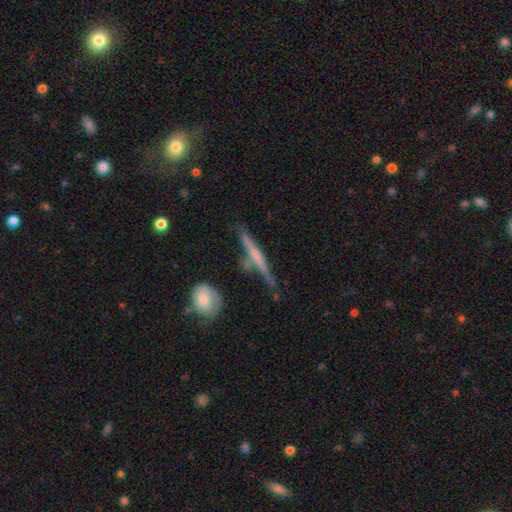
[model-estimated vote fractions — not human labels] Smooth or featured?
  - featured or disk: 59% *
  - smooth: 34%
  - star or artifact: 7%
Edge-on disk?
  - yes: 95% *
  - no: 5%
Edge-on bulge?
  - none: 54% *
  - rounded: 29%
  - boxy: 17%
Merging?
  - none: 71% *
  - minor disturbance: 18%
  - merger: 6%
  - major disturbance: 5%